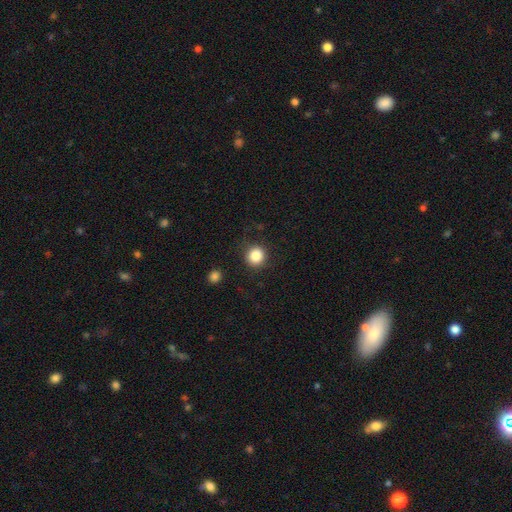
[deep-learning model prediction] smooth 86%, star or artifact 10%, featured or disk 4%. Down the decision tree: how rounded — round (92%); merging — none (86%).